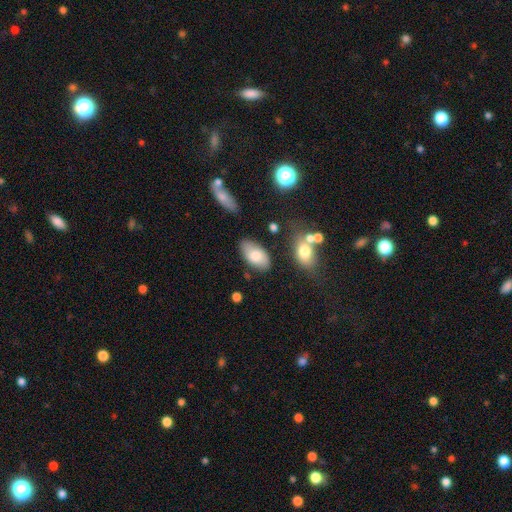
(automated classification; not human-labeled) A smooth galaxy with no disk features (76%) that is in between round and cigar-shaped (94%).

Vote fractions:
- Smooth or featured? smooth: 76% / featured or disk: 17% / star or artifact: 7%
- How rounded? in between: 94% / round: 4% / cigar-shaped: 2%
- Merging? none: 77% / minor disturbance: 15% / merger: 5% / major disturbance: 4%